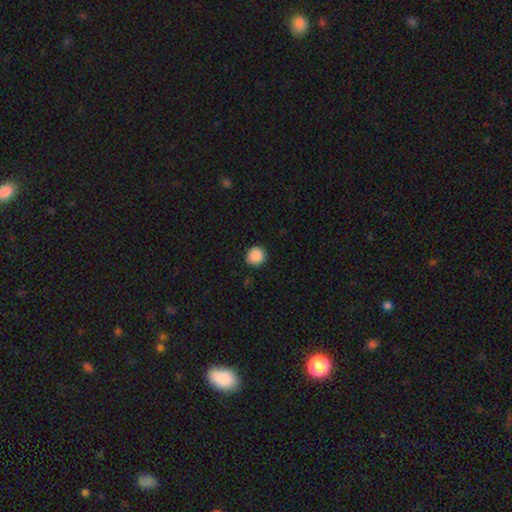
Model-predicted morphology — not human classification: Smooth or featured? Predicted: smooth (p=0.89). How rounded? Predicted: round (p=0.93). Merging? Predicted: none (p=0.90).